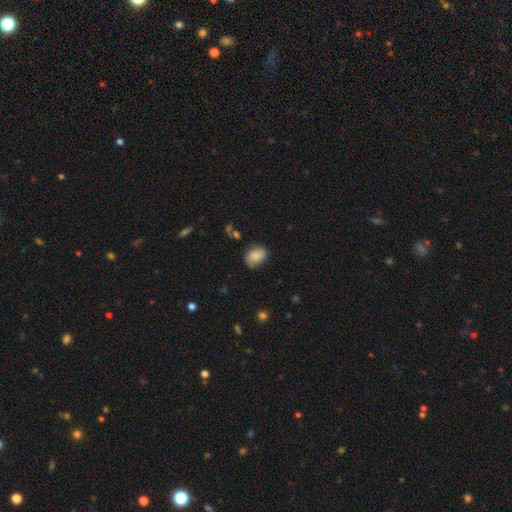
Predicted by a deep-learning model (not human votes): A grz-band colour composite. It shows a smooth galaxy with no disk features (73%) that is in between round and cigar-shaped (64%). Merging: none (71%).